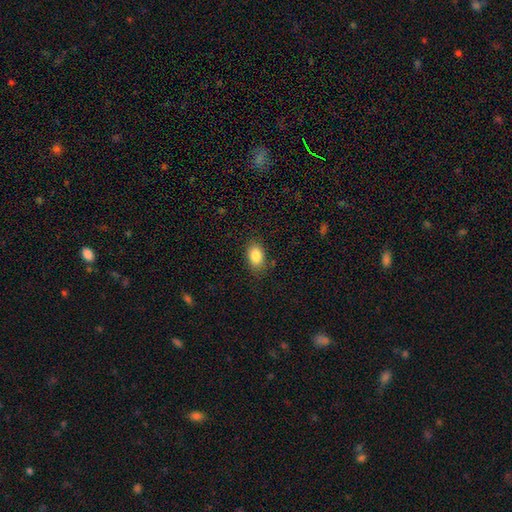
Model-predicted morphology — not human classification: Smooth or featured? Predicted: smooth (p=0.86). How rounded? Predicted: in between (p=0.87). Merging? Predicted: none (p=0.84).